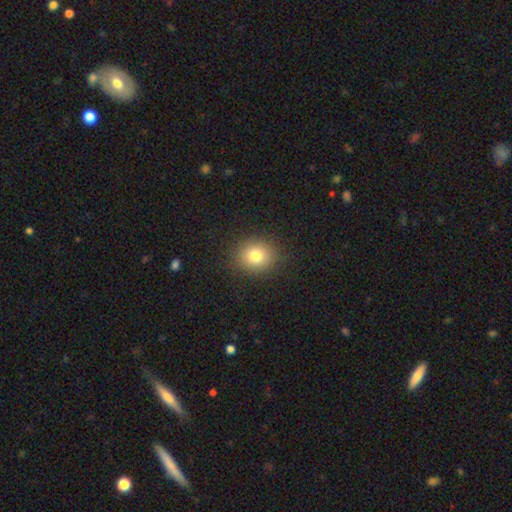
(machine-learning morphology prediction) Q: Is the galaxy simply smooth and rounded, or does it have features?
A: smooth — 80%.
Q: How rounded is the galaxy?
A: round — 71%.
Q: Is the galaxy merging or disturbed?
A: none — 89%.